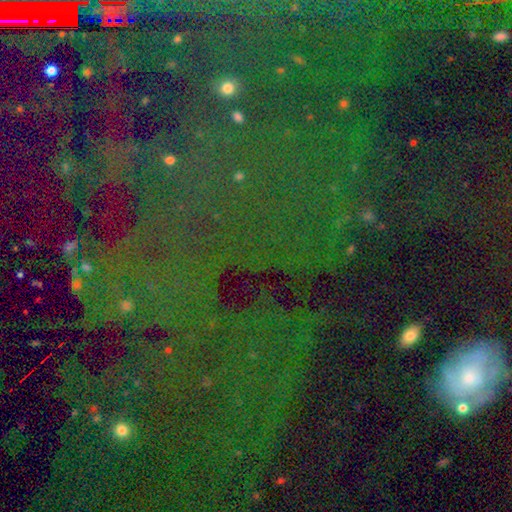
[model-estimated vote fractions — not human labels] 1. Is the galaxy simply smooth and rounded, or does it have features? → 76% star or artifact, 14% smooth, 11% featured or disk.